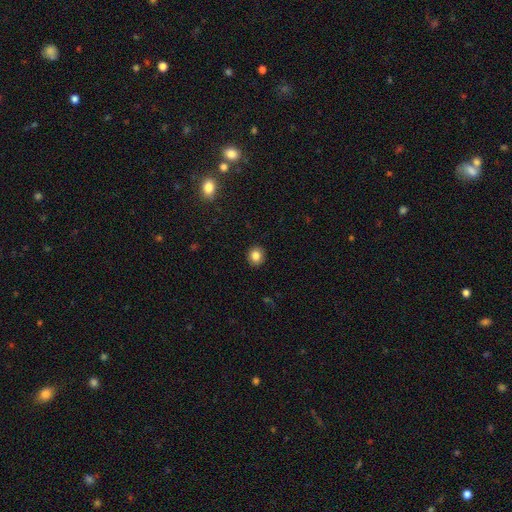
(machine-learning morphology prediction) This is clearly a smooth galaxy (84%). How rounded: clearly round (82%). Merging: clearly none (92%).